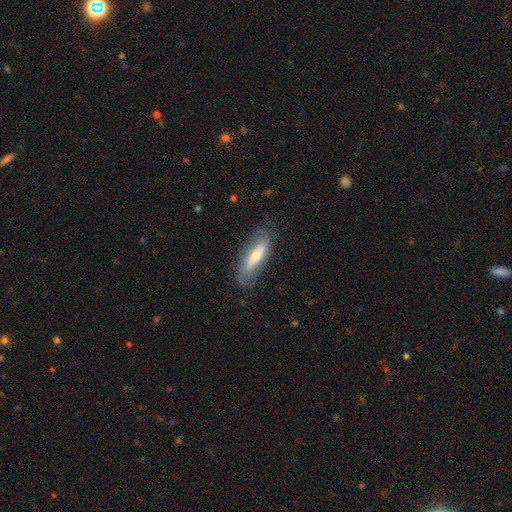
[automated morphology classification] A featured or disk galaxy (57%). Merging: none (74%).